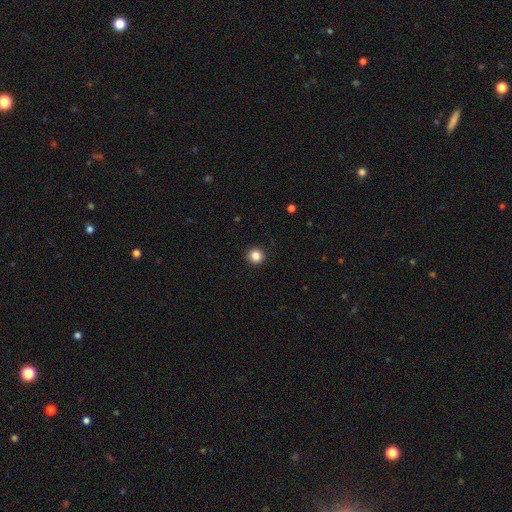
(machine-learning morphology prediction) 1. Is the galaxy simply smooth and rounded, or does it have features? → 86% smooth, 11% star or artifact, 4% featured or disk.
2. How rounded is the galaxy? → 94% round, 5% in between, 1% cigar-shaped.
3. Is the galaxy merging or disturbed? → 93% none, 5% minor disturbance, 2% major disturbance, 1% merger.